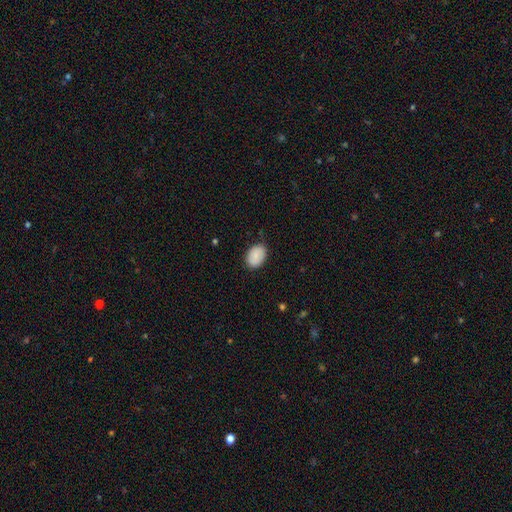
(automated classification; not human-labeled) smooth_or_featured: smooth (p=0.85) [alt: featured or disk p=0.08]
how_rounded: in between (p=0.84) [alt: round p=0.15]
merging: none (p=0.82) [alt: minor disturbance p=0.14]